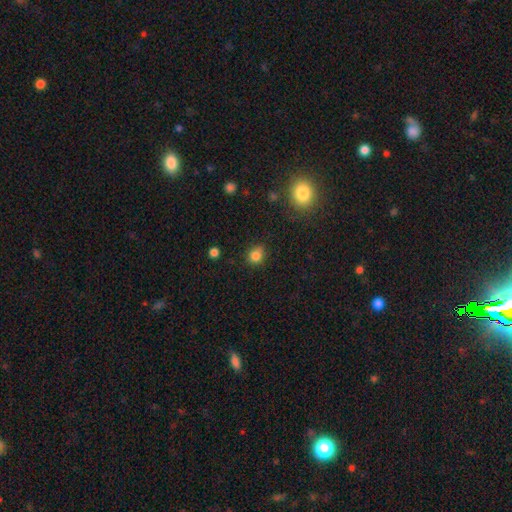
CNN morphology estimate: smooth 83%, star or artifact 13%, featured or disk 5%. Down the decision tree: how rounded — round (74%); merging — none (79%).